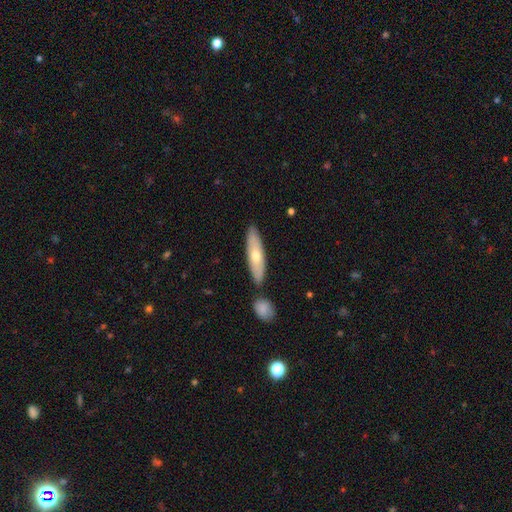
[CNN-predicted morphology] smooth-or-featured: smooth: 58% | featured or disk: 37% | star or artifact: 5%
  how-rounded: cigar-shaped: 68% | in between: 30% | round: 2%
  merging: none: 81% | minor disturbance: 10% | merger: 7% | major disturbance: 2%